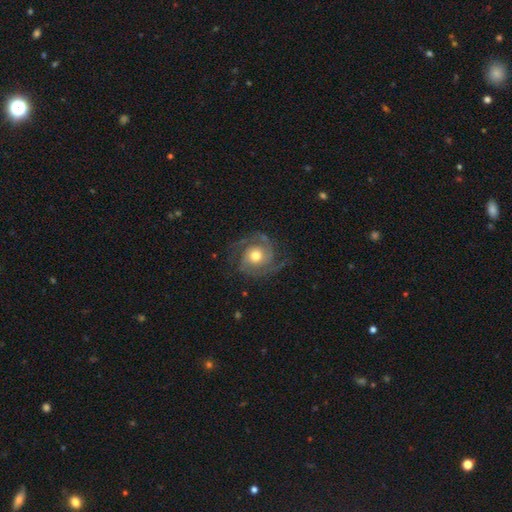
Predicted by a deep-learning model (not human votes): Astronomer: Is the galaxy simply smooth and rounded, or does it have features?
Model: featured or disk — 87%.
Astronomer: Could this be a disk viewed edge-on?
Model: no — 98%.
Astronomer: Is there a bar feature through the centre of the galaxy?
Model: no — 78%.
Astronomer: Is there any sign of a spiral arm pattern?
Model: yes — 97%.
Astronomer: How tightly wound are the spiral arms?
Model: tight — 45% (runner-up: medium, 43%).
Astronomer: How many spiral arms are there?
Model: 2 — 62%.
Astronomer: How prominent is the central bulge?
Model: moderate — 74%.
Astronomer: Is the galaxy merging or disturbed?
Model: none — 74%.